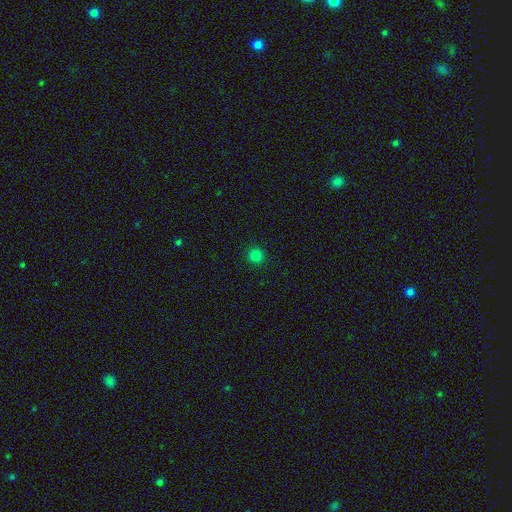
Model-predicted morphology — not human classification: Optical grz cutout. It shows a smooth galaxy with no disk features (82%) that is round (95%). Merging: none (93%).